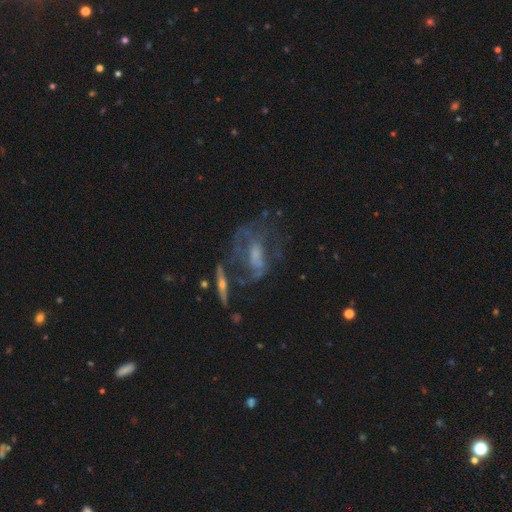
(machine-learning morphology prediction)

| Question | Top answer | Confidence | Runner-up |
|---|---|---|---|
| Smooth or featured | featured or disk | 67% | smooth (20%) |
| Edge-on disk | no | 86% | yes (14%) |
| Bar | no | 58% | weak (30%) |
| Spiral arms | no | 58% | yes (42%) |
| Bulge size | small | 32% | moderate (31%) |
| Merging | none | 38% | major disturbance (33%) |